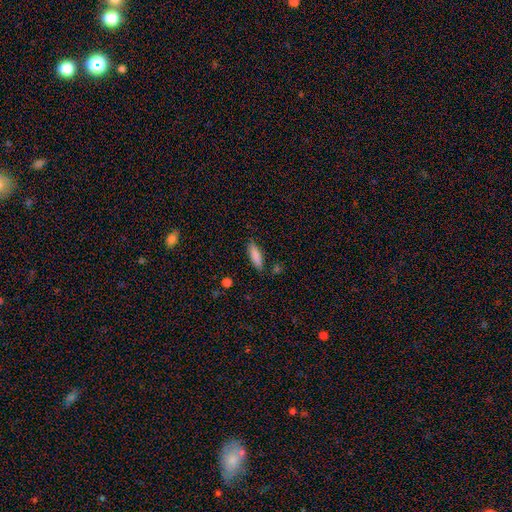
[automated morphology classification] Overall: smooth (85%). How rounded: cigar-shaped (57%; in between 41%). Merging: none (84%).